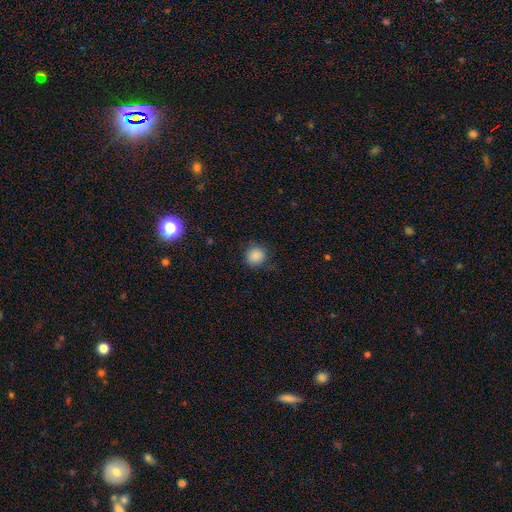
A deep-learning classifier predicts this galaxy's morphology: Q: Smooth or featured?
A: smooth (87%); runner-up: star or artifact (9%)
Q: How rounded?
A: round (89%); runner-up: in between (10%)
Q: Merging?
A: none (82%); runner-up: minor disturbance (13%)